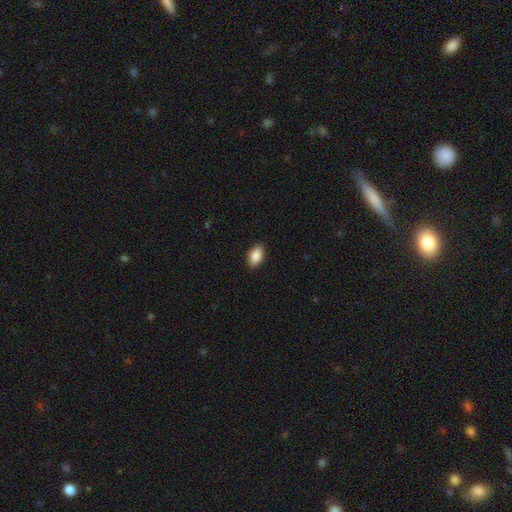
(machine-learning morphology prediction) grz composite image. It shows a smooth galaxy with no disk features (88%) that is in between round and cigar-shaped (92%). Merging: none (89%).